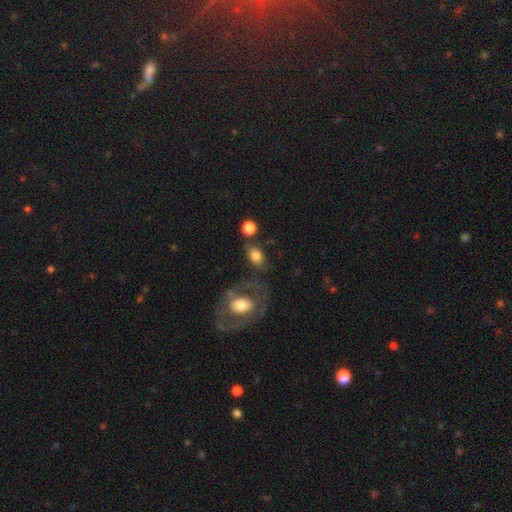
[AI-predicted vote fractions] smooth 77%, featured or disk 15%, star or artifact 8%. Down the decision tree: how rounded — in between (71%); merging — none (66%).